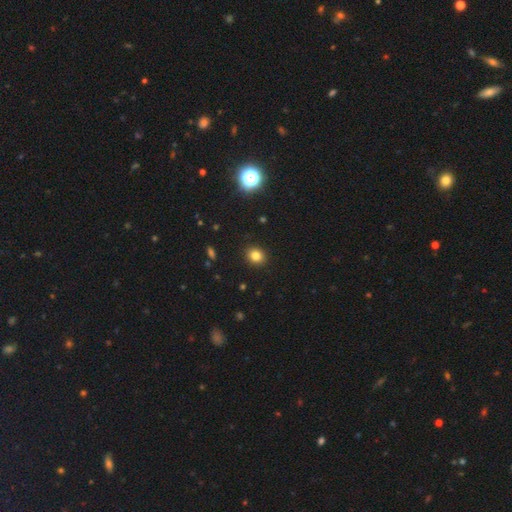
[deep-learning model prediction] A smooth galaxy with no disk features (81%) that is round (68%). Merging: none (91%).